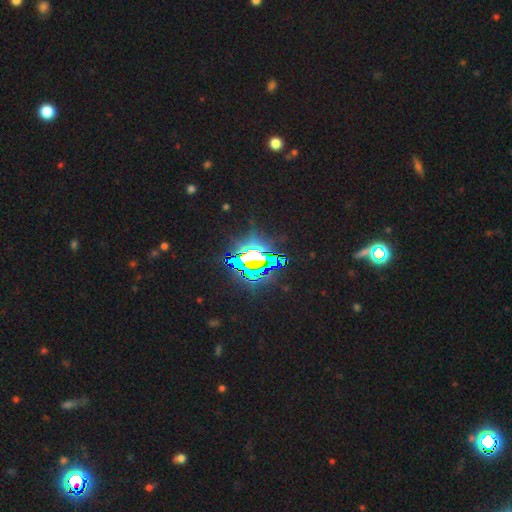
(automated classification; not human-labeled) This appears to be a star or artifact, not a galaxy (80%).